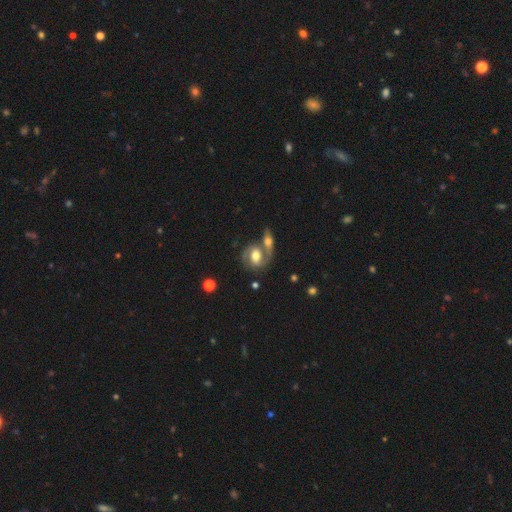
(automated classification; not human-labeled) This is likely a featured or disk galaxy (72%). It is clearly not viewed edge-on (96%). Bar: marginally weak (44%). Spiral arm pattern: clearly yes (88%). Spiral arm count: clearly 2 (86%). Spiral winding: possibly medium (52%). Central bulge: possibly moderate (57%). Merging: marginally merger (43%).